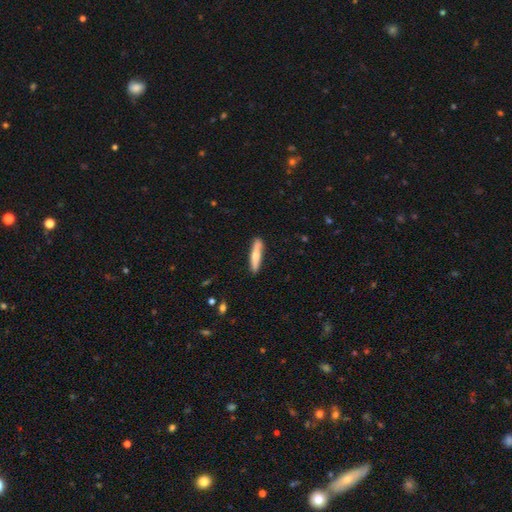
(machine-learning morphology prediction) smooth-or-featured: smooth: 63% | featured or disk: 31% | star or artifact: 5%
  how-rounded: cigar-shaped: 88% | in between: 11% | round: 2%
  merging: none: 88% | minor disturbance: 9% | major disturbance: 2% | merger: 1%